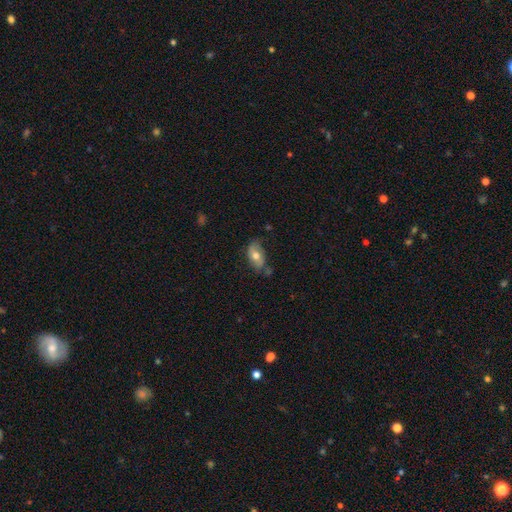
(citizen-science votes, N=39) A smooth galaxy with no disk features (49%, tied with featured or disk) that is in between round and cigar-shaped (100%). Merging: none (50%).